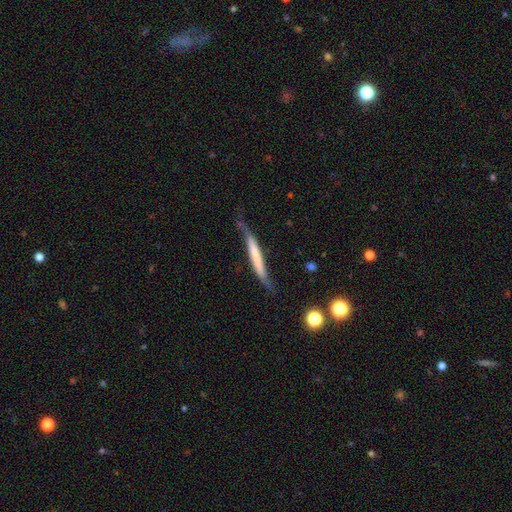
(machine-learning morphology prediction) smooth_or_featured: featured or disk (p=0.48) [alt: smooth p=0.46]
merging: none (p=0.51) [alt: minor disturbance p=0.32]